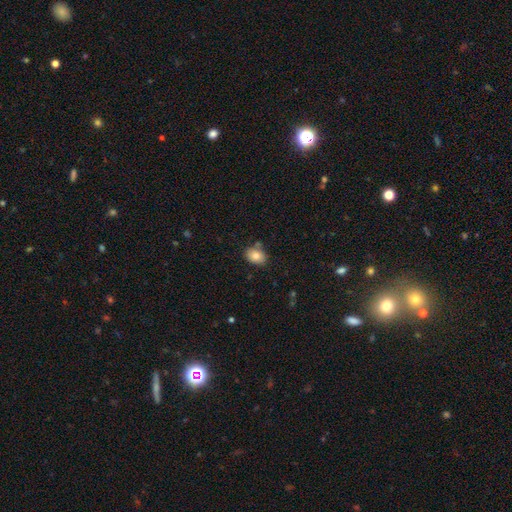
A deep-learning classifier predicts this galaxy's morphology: type=smooth (82%); roundness=in between (72%); merging=none (78%).